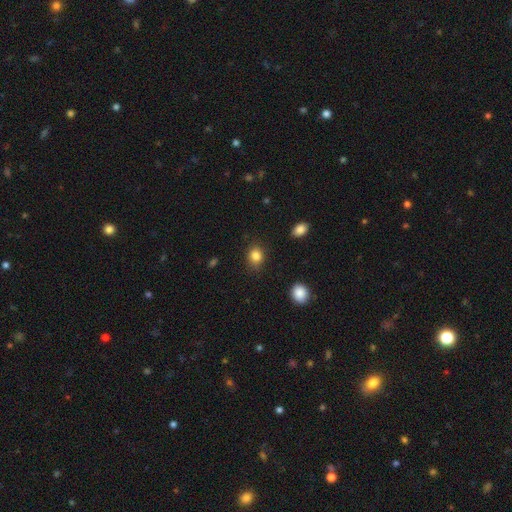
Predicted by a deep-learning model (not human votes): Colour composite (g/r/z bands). It shows a smooth galaxy with no disk features (85%) that is round (61%). Merging: none (82%).